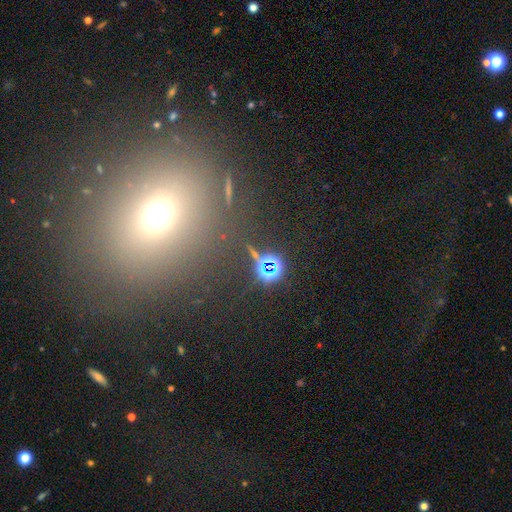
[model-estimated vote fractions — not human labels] Morphology: type=star or artifact (74%).